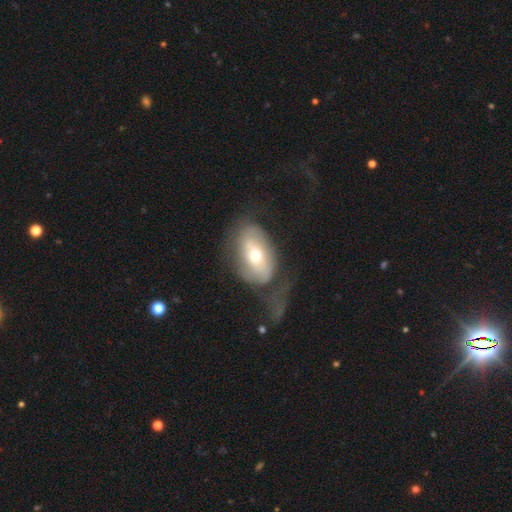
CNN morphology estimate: Smooth or featured: featured or disk — 48% (smooth — 46%)
Merging: major disturbance — 41% (none — 32%)